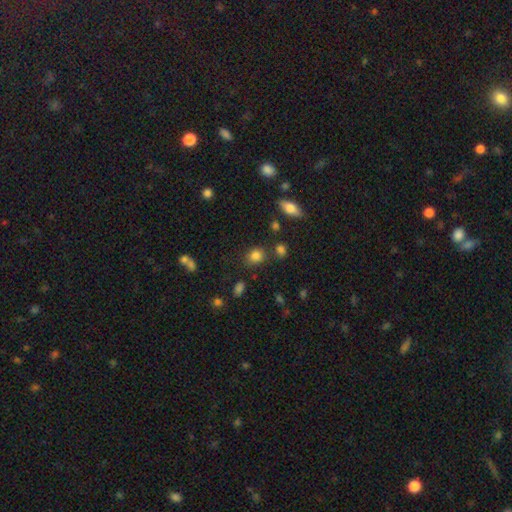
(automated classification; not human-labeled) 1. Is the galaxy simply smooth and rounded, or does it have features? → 81% smooth, 12% star or artifact, 7% featured or disk.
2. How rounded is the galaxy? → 55% round, 43% in between, 2% cigar-shaped.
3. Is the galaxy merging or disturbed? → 75% none, 14% minor disturbance, 7% merger, 5% major disturbance.